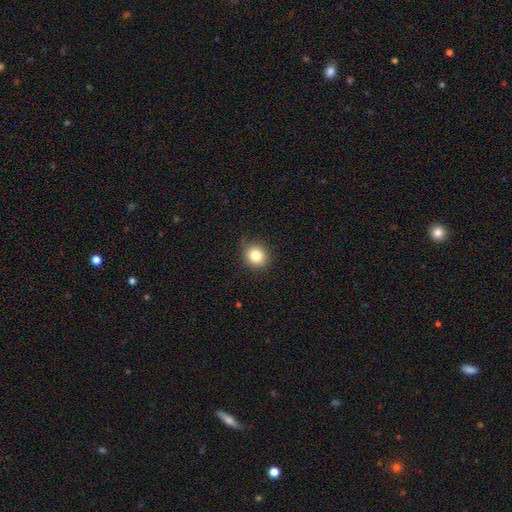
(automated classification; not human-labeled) A smooth galaxy with no disk features (82%) that is round (84%). Merging: none (84%).